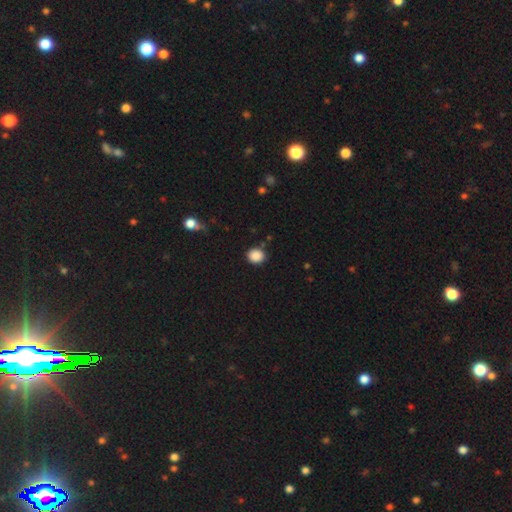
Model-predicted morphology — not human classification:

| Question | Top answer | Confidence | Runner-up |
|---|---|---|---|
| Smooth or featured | smooth | 88% | star or artifact (9%) |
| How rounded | round | 78% | in between (21%) |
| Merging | none | 87% | minor disturbance (8%) |